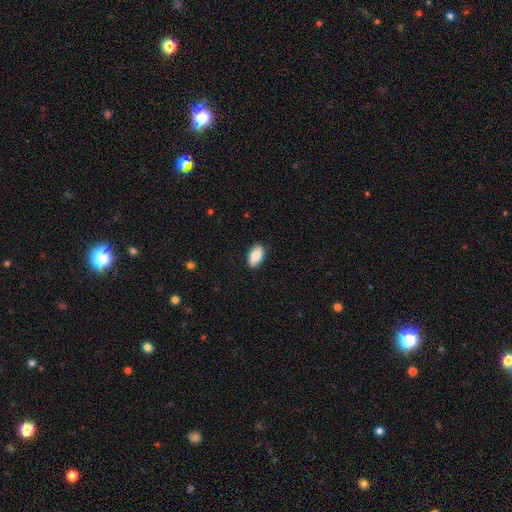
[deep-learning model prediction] A smooth galaxy with no disk features (85%) that is in between round and cigar-shaped (93%).

Vote fractions:
- Smooth or featured? smooth: 85% / featured or disk: 9% / star or artifact: 6%
- How rounded? in between: 93% / round: 5% / cigar-shaped: 2%
- Merging? none: 87% / minor disturbance: 10% / major disturbance: 2% / merger: 1%